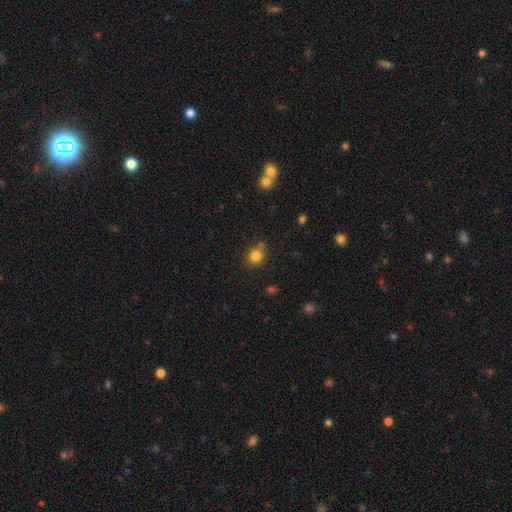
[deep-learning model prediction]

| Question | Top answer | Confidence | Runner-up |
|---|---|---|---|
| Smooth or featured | smooth | 83% | star or artifact (12%) |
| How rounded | round | 88% | in between (11%) |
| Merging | none | 73% | minor disturbance (12%) |